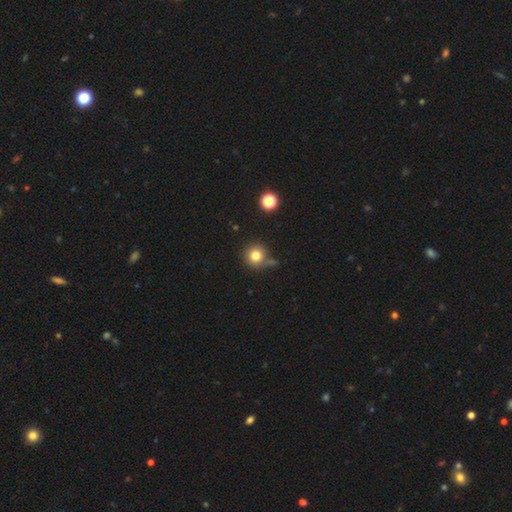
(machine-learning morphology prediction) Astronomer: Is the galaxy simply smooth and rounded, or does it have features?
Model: smooth — 80%.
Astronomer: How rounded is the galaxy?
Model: round — 94%.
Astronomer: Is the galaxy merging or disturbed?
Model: none — 73%.